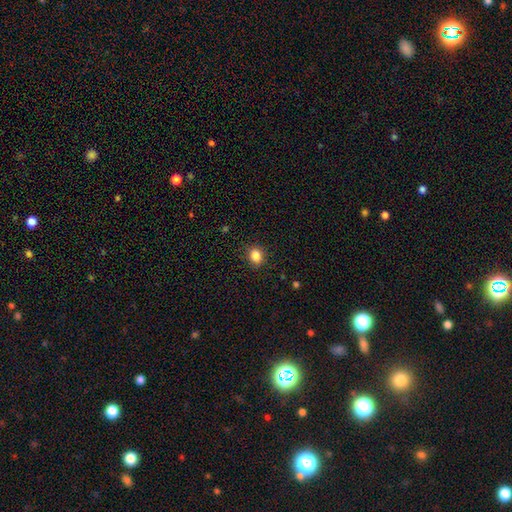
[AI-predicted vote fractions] smooth-or-featured: smooth: 85% | star or artifact: 11% | featured or disk: 4%
  how-rounded: round: 68% | in between: 31% | cigar-shaped: 1%
  merging: none: 88% | minor disturbance: 9% | major disturbance: 2% | merger: 1%